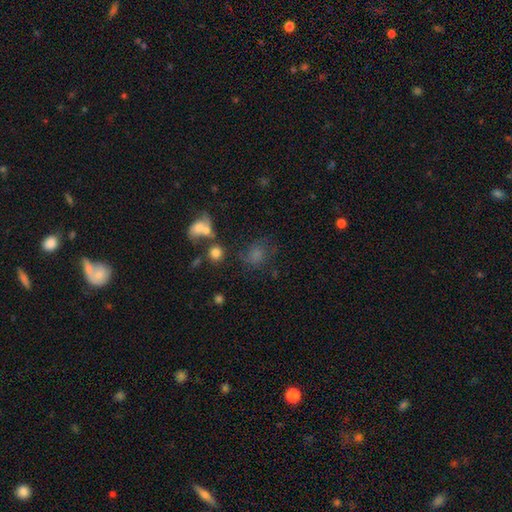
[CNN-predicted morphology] smooth-or-featured: smooth: 53% | star or artifact: 29% | featured or disk: 18%
  how-rounded: round: 69% | in between: 30% | cigar-shaped: 2%
  merging: none: 62% | minor disturbance: 17% | major disturbance: 12% | merger: 10%